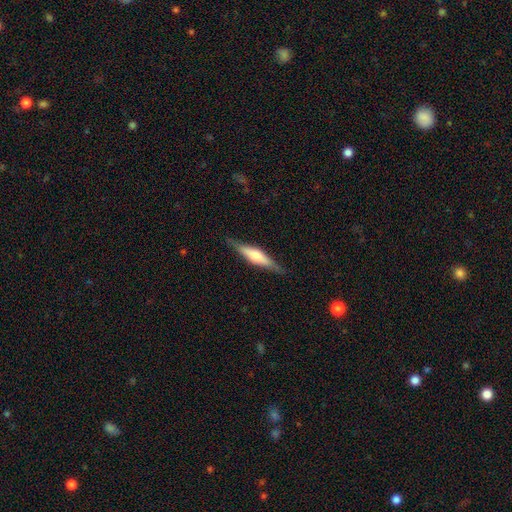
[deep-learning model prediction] featured or disk 55%, smooth 39%, star or artifact 6%. Down the decision tree: edge-on disk — yes (95%); edge-on bulge — rounded (74%); merging — none (84%).